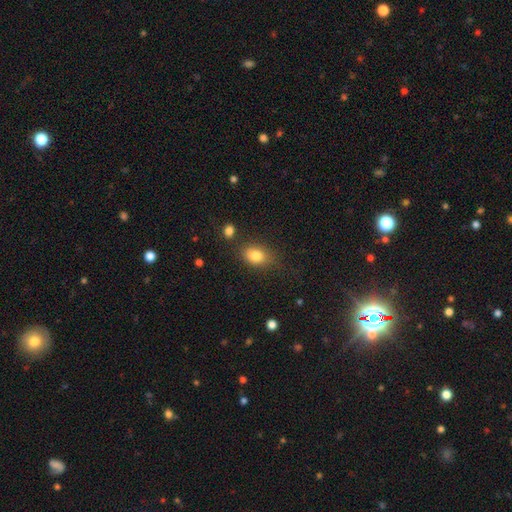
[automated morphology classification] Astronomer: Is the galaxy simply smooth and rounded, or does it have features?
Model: smooth — 82%.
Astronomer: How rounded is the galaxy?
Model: in between — 75%.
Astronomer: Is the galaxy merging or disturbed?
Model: none — 69%.